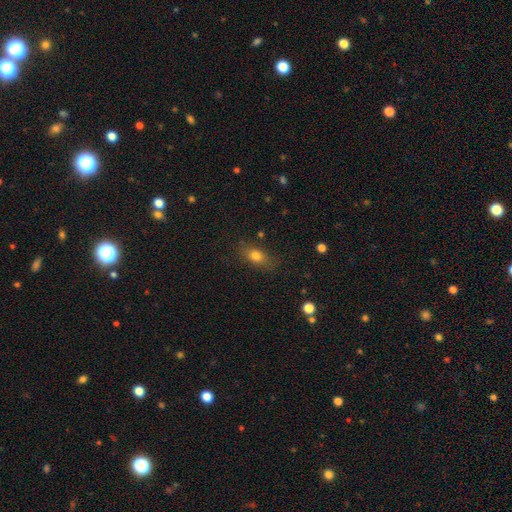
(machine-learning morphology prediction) This is likely a smooth galaxy (76%). How rounded: likely in between (73%). Merging: likely none (77%).